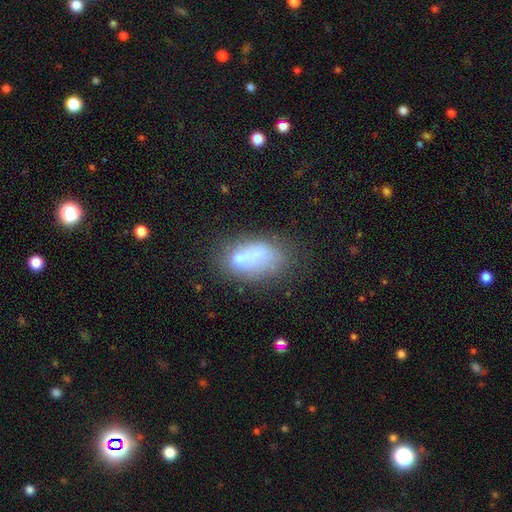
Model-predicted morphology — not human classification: Smooth or featured? smooth (55%)
How rounded? in between (85%)
Merging? none (36%)